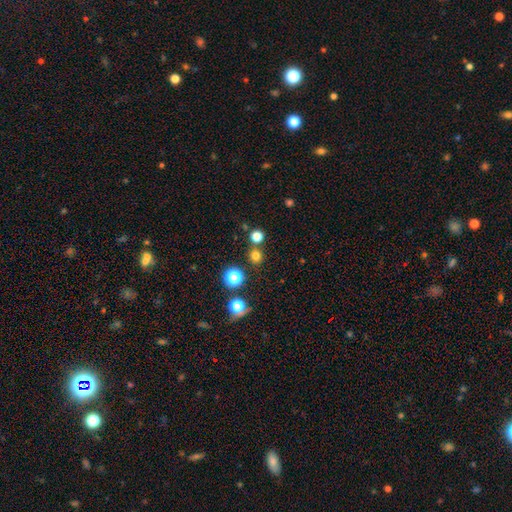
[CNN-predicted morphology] smooth-or-featured: smooth: 73% | star or artifact: 22% | featured or disk: 5%
  how-rounded: round: 89% | in between: 10% | cigar-shaped: 1%
  merging: none: 79% | merger: 12% | minor disturbance: 7% | major disturbance: 3%